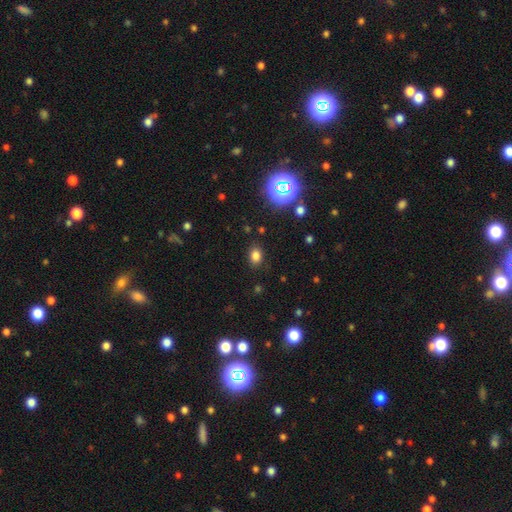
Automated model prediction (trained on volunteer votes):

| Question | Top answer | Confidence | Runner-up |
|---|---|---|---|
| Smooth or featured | smooth | 78% | star or artifact (16%) |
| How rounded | in between | 70% | round (29%) |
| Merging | none | 85% | minor disturbance (10%) |